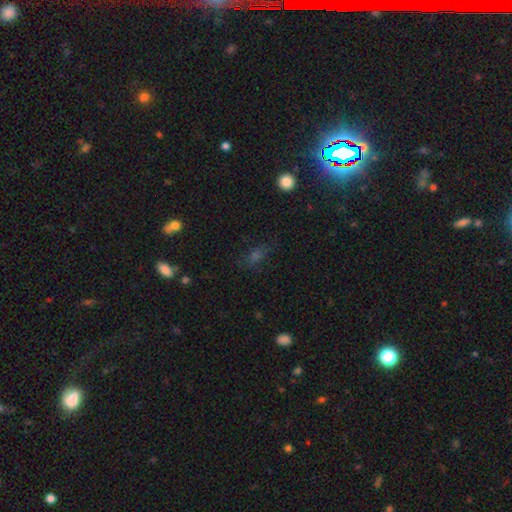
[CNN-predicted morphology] Q: Smooth or featured?
A: star or artifact (43%); runner-up: smooth (41%)